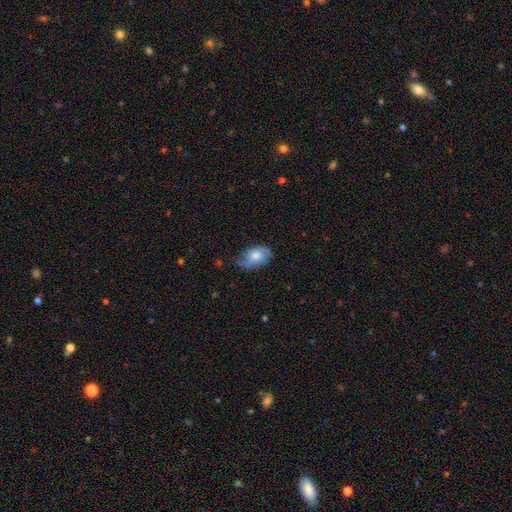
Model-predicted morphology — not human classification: This appears to be a smooth galaxy with no disk features (64%) that is in between round and cigar-shaped (89%). Merging: none (58%).